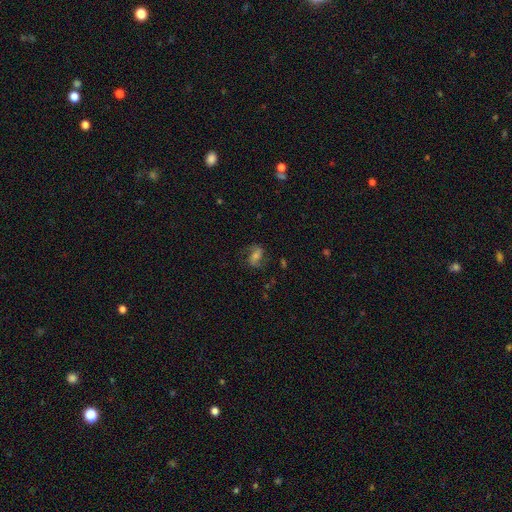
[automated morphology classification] Q: Smooth or featured?
A: featured or disk (56%); runner-up: smooth (30%)
Q: Edge-on disk?
A: no (95%); runner-up: yes (5%)
Q: Bar?
A: weak (38%); runner-up: no (32%)
Q: Spiral arms?
A: yes (87%); runner-up: no (13%)
Q: Bulge size?
A: moderate (44%); runner-up: small (36%)
Q: Merging?
A: none (71%); runner-up: minor disturbance (17%)